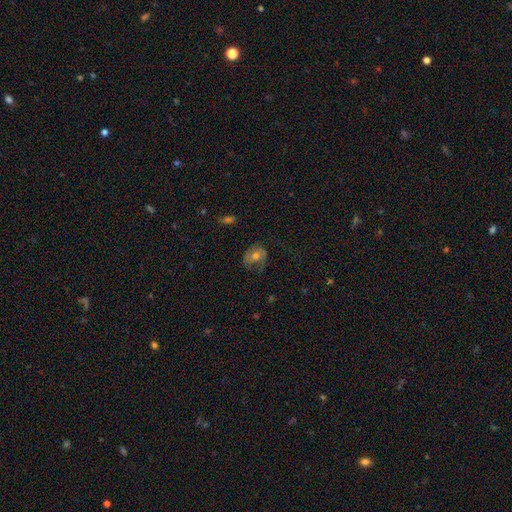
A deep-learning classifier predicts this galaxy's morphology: This appears to be a featured or disk galaxy (61%) with no bar (68%), spiral arms (80%) and a moderate central bulge (67%). Merging: none (63%).